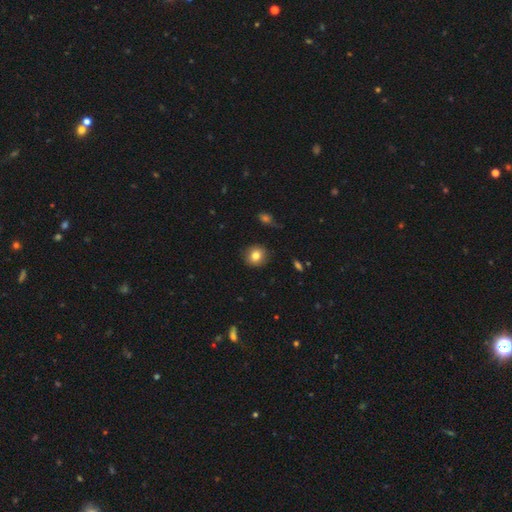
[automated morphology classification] Smooth or featured? smooth (81%)
How rounded? round (85%)
Merging? none (88%)